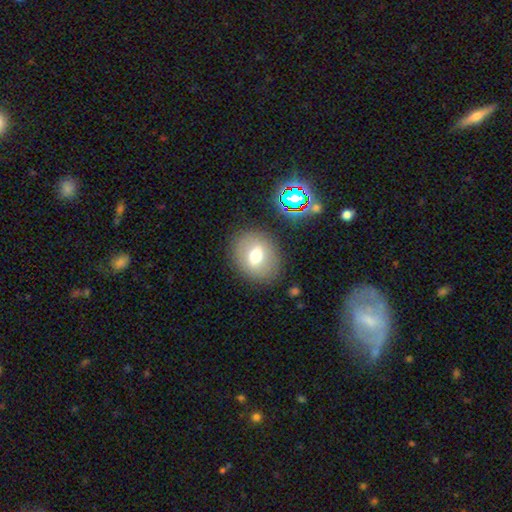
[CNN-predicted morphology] Smooth or featured? smooth (63%)
How rounded? round (58%)
Merging? none (84%)